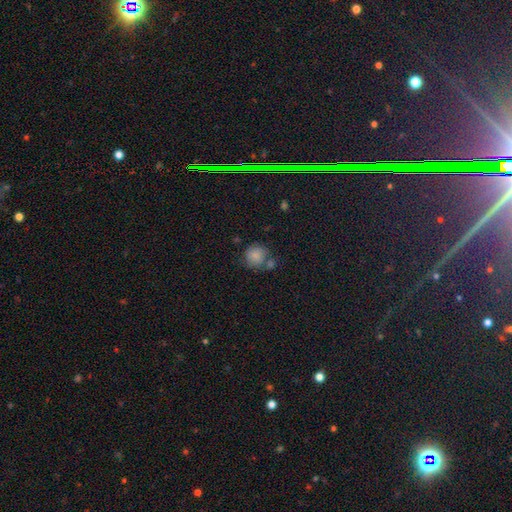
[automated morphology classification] This appears to be a smooth galaxy with no disk features (81%) that is round (85%). Merging: none (57%).